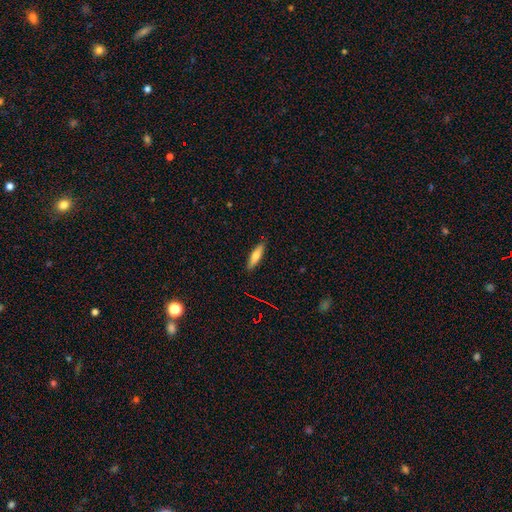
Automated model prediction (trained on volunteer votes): Smooth or featured: smooth — 65% (featured or disk — 28%)
How rounded: cigar-shaped — 72% (in between — 26%)
Merging: none — 89% (minor disturbance — 8%)